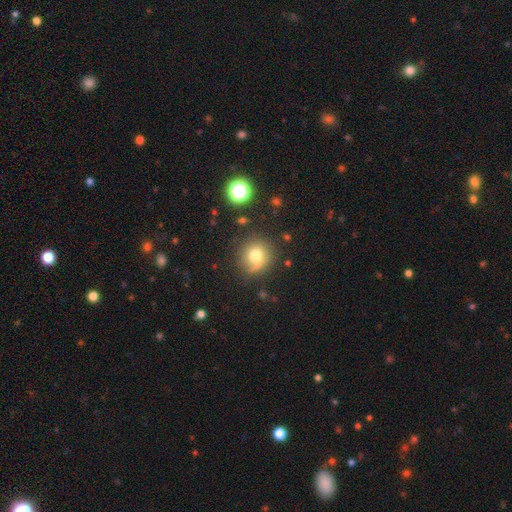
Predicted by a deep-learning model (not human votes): Smooth or featured: smooth — 72% (star or artifact — 14%)
How rounded: round — 90% (in between — 9%)
Merging: none — 72% (minor disturbance — 18%)